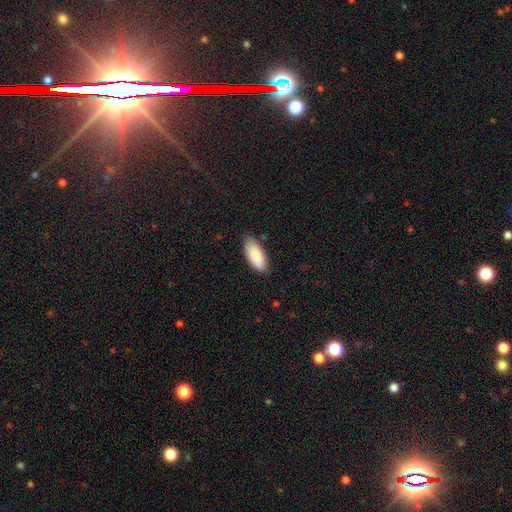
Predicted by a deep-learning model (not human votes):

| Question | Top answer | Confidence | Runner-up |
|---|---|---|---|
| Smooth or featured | smooth | 87% | featured or disk (7%) |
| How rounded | in between | 87% | cigar-shaped (11%) |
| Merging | none | 76% | minor disturbance (20%) |